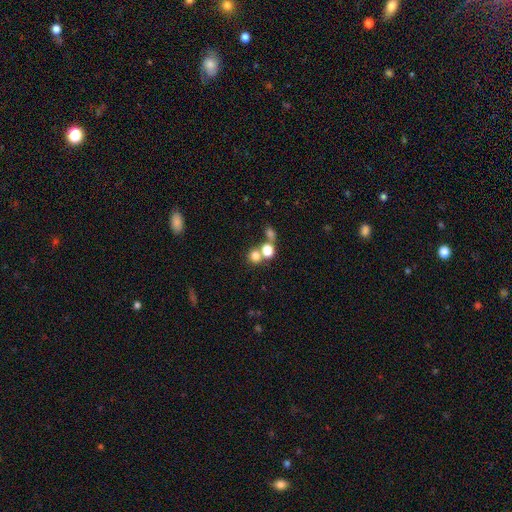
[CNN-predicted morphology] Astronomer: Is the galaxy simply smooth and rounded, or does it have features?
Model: smooth — 75%.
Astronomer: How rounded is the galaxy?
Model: round — 82%.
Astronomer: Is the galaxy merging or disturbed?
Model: none — 49% (runner-up: merger, 39%).